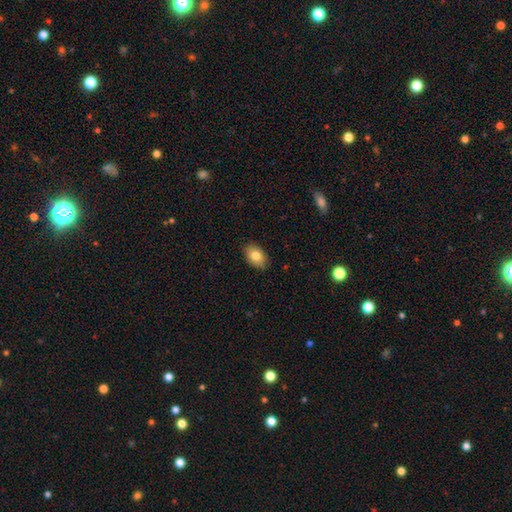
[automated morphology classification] A smooth galaxy with no disk features (82%) that is in between round and cigar-shaped (88%).

Vote fractions:
- Smooth or featured? smooth: 82% / featured or disk: 11% / star or artifact: 7%
- How rounded? in between: 88% / round: 11% / cigar-shaped: 1%
- Merging? none: 87% / minor disturbance: 10% / major disturbance: 2% / merger: 1%